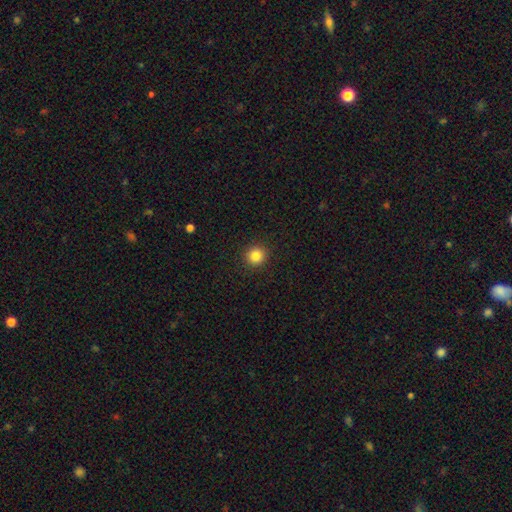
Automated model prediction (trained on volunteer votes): This is clearly a smooth galaxy (84%). How rounded: clearly round (92%). Merging: clearly none (92%).